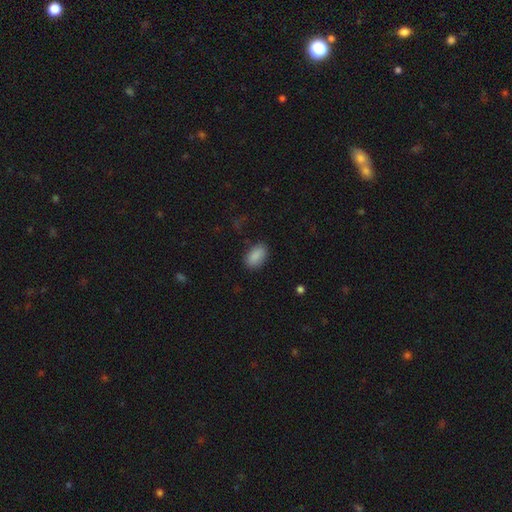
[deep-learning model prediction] A smooth galaxy with no disk features (89%) that is in between round and cigar-shaped (92%). Merging: none (83%).